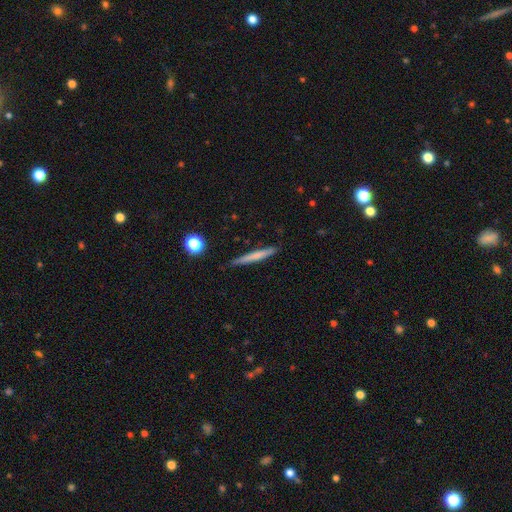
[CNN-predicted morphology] Smooth or featured: smooth — 60% (featured or disk — 33%)
How rounded: cigar-shaped — 96% (in between — 3%)
Merging: none — 88% (minor disturbance — 9%)